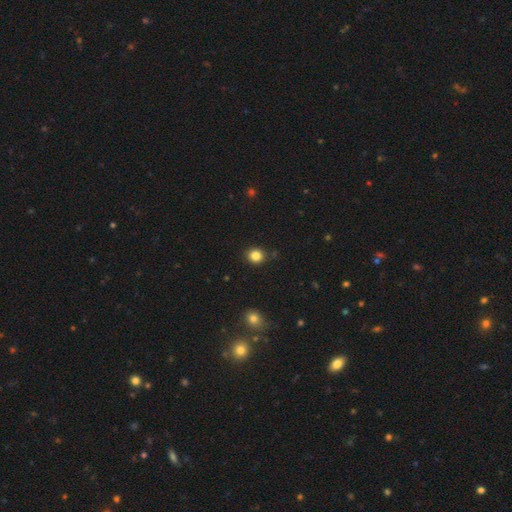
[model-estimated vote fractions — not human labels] Smooth or featured? smooth (84%)
How rounded? round (84%)
Merging? none (87%)